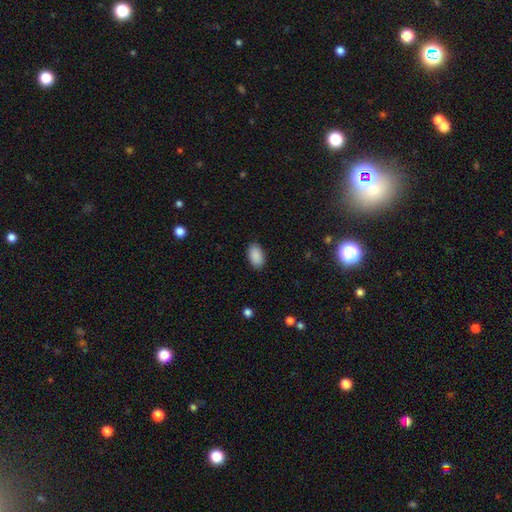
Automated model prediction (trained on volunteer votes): This appears to be a smooth galaxy with no disk features (90%) that is in between round and cigar-shaped (94%). Merging: none (88%).